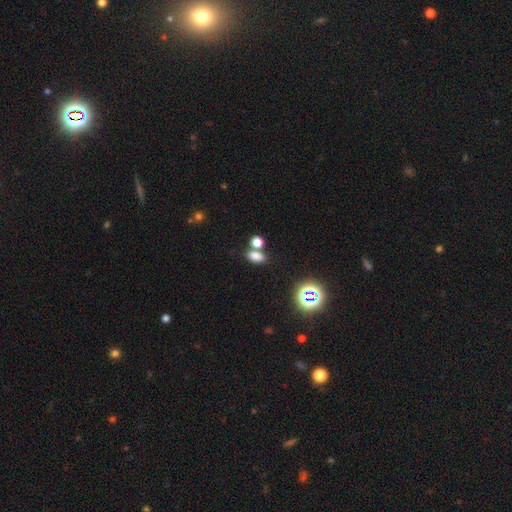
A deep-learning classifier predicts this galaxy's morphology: Smooth or featured?
  - smooth: 75% *
  - star or artifact: 18%
  - featured or disk: 7%
How rounded?
  - in between: 82% *
  - round: 15%
  - cigar-shaped: 3%
Merging?
  - none: 56% *
  - merger: 29%
  - minor disturbance: 11%
  - major disturbance: 4%